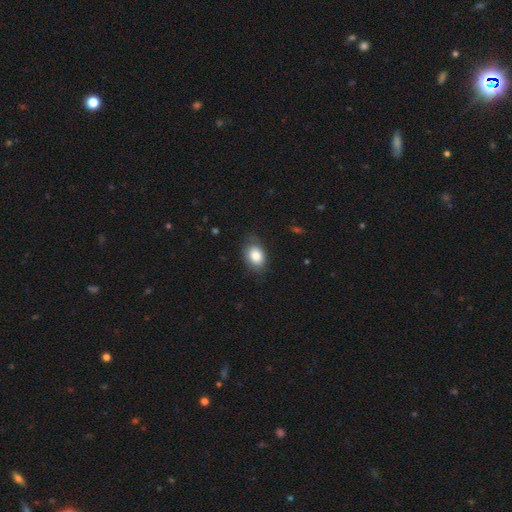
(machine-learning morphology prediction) Smooth or featured: smooth — 83% (featured or disk — 9%)
How rounded: in between — 83% (round — 16%)
Merging: none — 73% (minor disturbance — 21%)